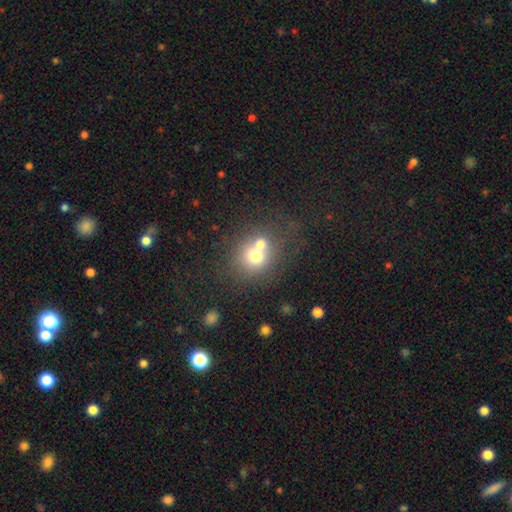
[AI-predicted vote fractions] This is likely a smooth galaxy (66%). How rounded: likely round (78%). Merging: possibly merger (53%).